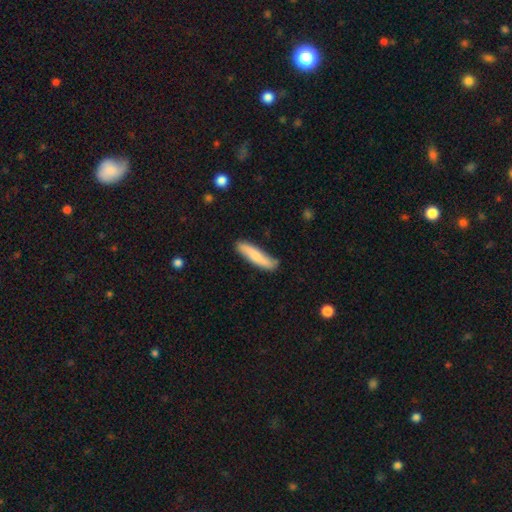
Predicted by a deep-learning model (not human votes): smooth-or-featured: smooth: 71% | featured or disk: 24% | star or artifact: 5%
  how-rounded: cigar-shaped: 83% | in between: 16% | round: 2%
  merging: none: 78% | minor disturbance: 17% | major disturbance: 3% | merger: 2%